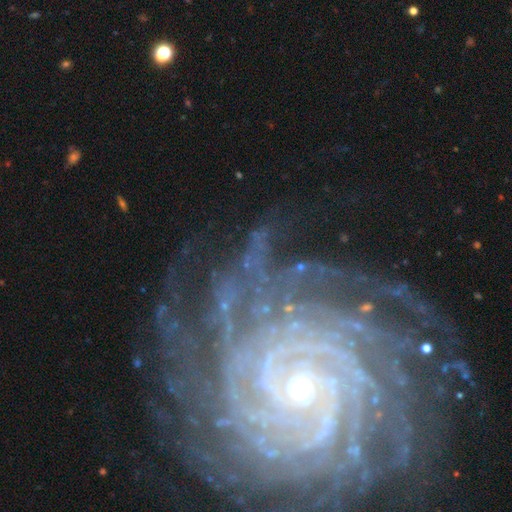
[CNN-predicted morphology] Smooth or featured? featured or disk (89%)
Edge-on disk? no (97%)
Bar? no (66%)
Spiral arms? yes (98%)
Spiral winding? tight (81%)
Spiral arm count? more than 4 (34%)
Bulge size? small (85%)
Merging? none (73%)